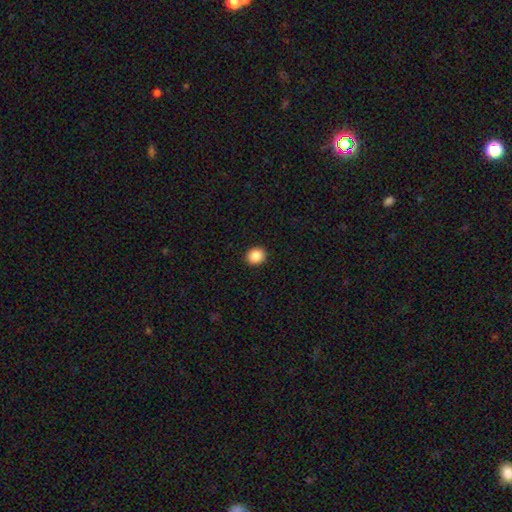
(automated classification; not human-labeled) A smooth galaxy with no disk features (88%) that is round (78%). Merging: none (92%).